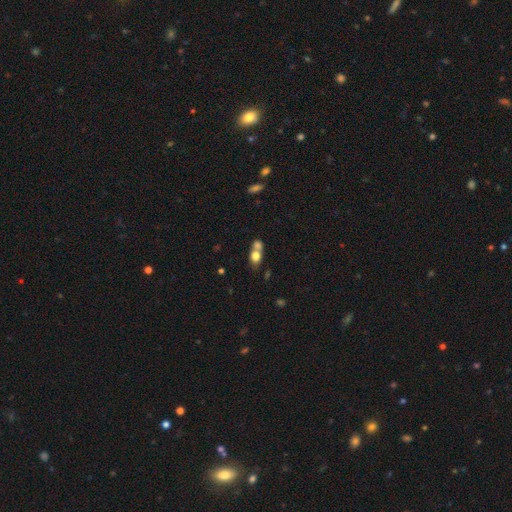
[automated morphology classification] A smooth galaxy with no disk features (74%) that is in between round and cigar-shaped (56%). Merging: merger (60%).